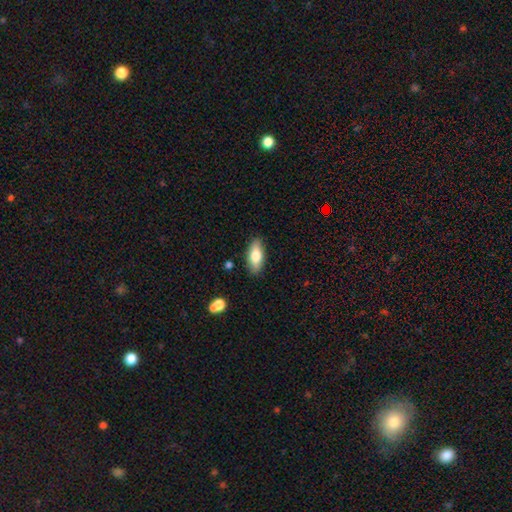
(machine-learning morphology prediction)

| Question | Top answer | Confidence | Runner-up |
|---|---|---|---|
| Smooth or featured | smooth | 73% | featured or disk (21%) |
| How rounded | in between | 78% | cigar-shaped (19%) |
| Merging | none | 86% | minor disturbance (10%) |